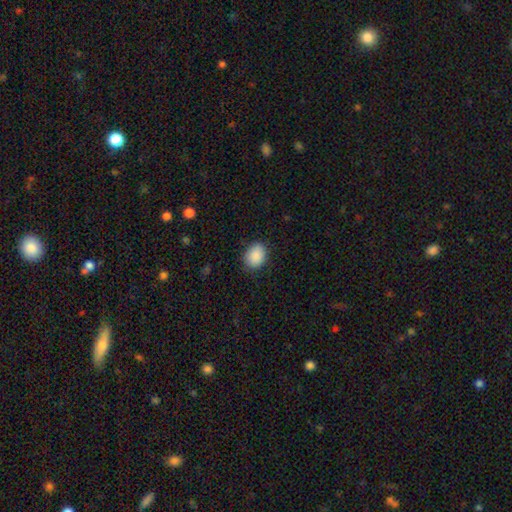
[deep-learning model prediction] This appears to be a smooth galaxy with no disk features (89%) that is in between round and cigar-shaped (54%). Merging: none (84%).